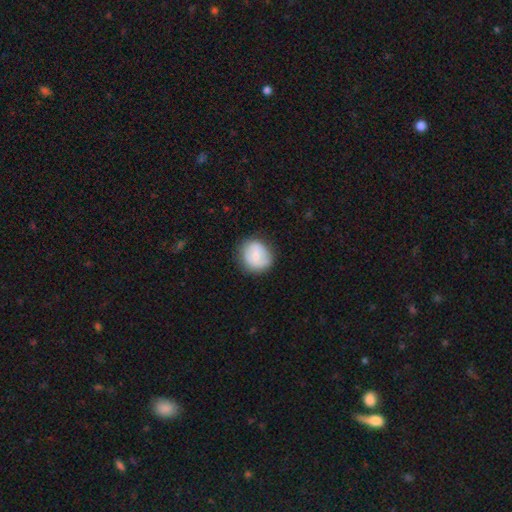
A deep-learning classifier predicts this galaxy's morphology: A smooth galaxy with no disk features (65%) that is round (79%).

Vote fractions:
- Smooth or featured? smooth: 65% / featured or disk: 28% / star or artifact: 7%
- How rounded? round: 79% / in between: 20% / cigar-shaped: 1%
- Merging? none: 77% / minor disturbance: 17% / major disturbance: 5% / merger: 1%